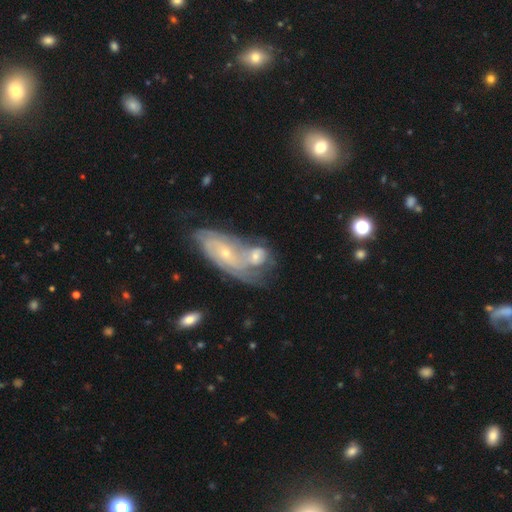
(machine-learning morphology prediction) A featured or disk galaxy (67%) with no bar (72%), tight (52%) spiral arms (81%) and a small central bulge (68%). Merging: merger (65%).